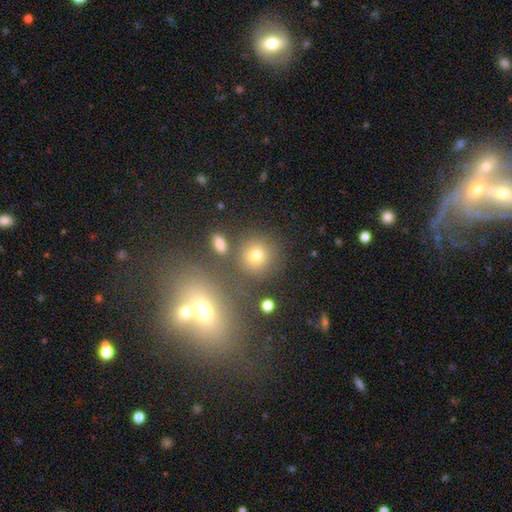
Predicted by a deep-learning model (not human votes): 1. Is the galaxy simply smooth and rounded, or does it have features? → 72% smooth, 18% star or artifact, 10% featured or disk.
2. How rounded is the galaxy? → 87% round, 12% in between, 1% cigar-shaped.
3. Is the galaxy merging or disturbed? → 76% none, 10% merger, 10% minor disturbance, 4% major disturbance.